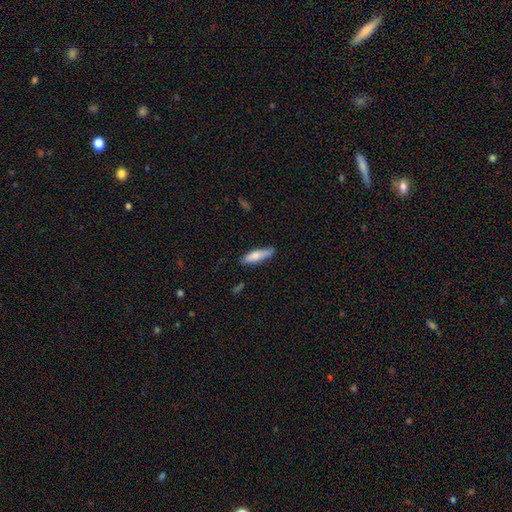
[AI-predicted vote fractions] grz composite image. It shows a smooth galaxy with no disk features (77%) that is cigar-shaped (66%). Merging: none (76%).